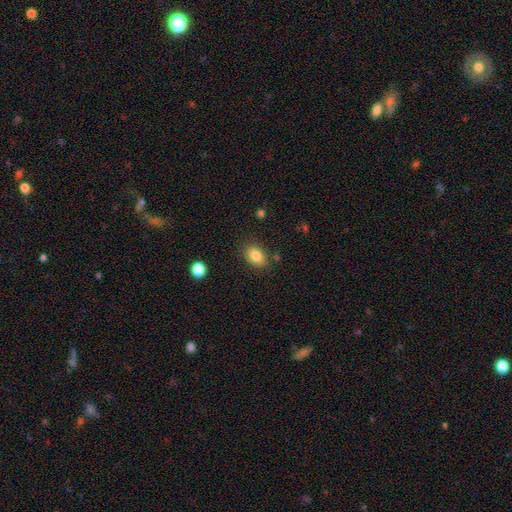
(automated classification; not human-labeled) Smooth or featured? Predicted: smooth (p=0.84). How rounded? Predicted: in between (p=0.76). Merging? Predicted: none (p=0.83).